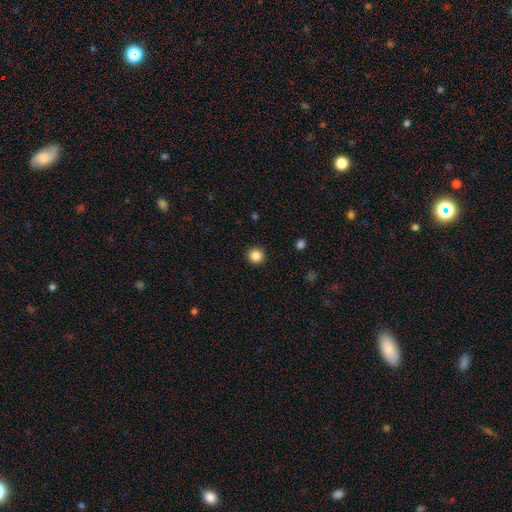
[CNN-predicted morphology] smooth 86%, star or artifact 11%, featured or disk 3%. Down the decision tree: how rounded — round (95%); merging — none (93%).